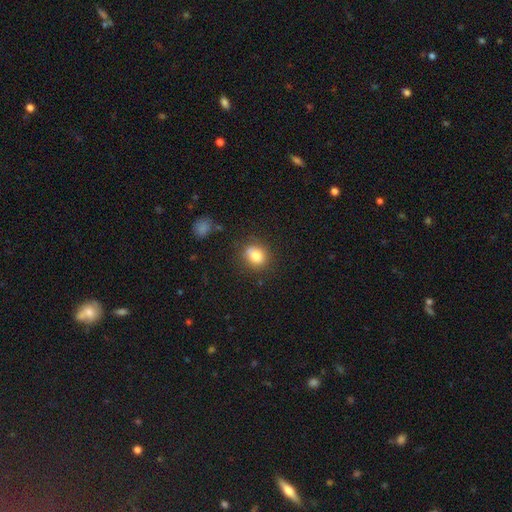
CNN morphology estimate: Overall: smooth (80%). How rounded: round (63%; in between 36%). Merging: none (72%).